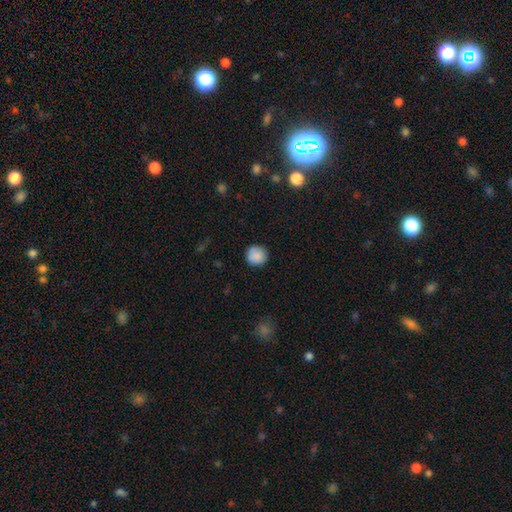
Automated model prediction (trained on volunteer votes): Q: Smooth or featured?
A: smooth (86%); runner-up: star or artifact (8%)
Q: How rounded?
A: round (93%); runner-up: in between (6%)
Q: Merging?
A: none (85%); runner-up: minor disturbance (11%)